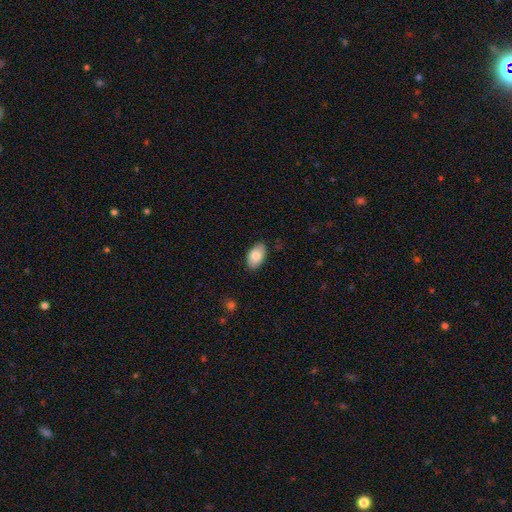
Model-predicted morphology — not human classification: A smooth galaxy with no disk features (84%) that is in between round and cigar-shaped (94%). Merging: none (86%).